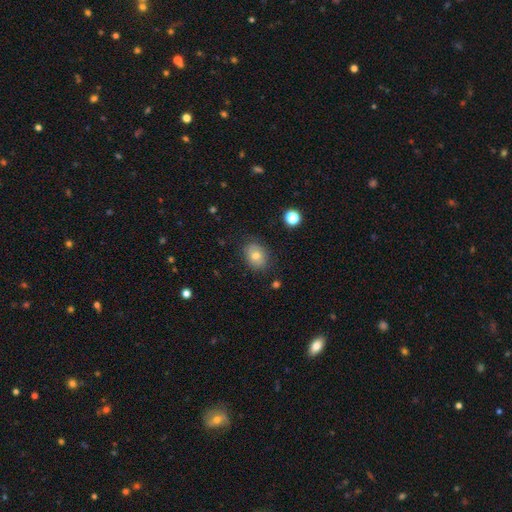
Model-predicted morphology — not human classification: smooth 72%, featured or disk 17%, star or artifact 10%. Down the decision tree: how rounded — in between (53%); merging — none (81%).